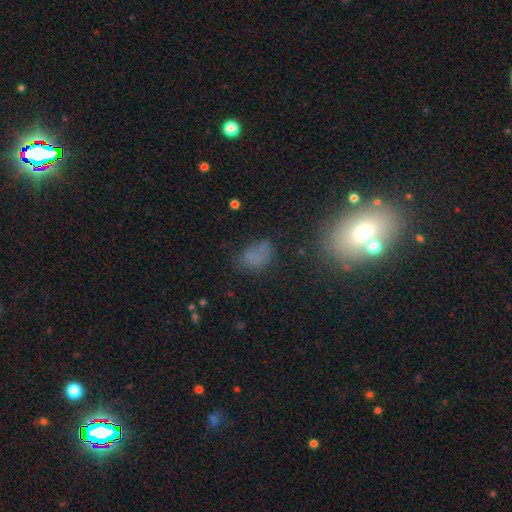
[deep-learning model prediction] Overall: smooth (66%). How rounded: in between (80%). Merging: none (55%; minor disturbance 24%).